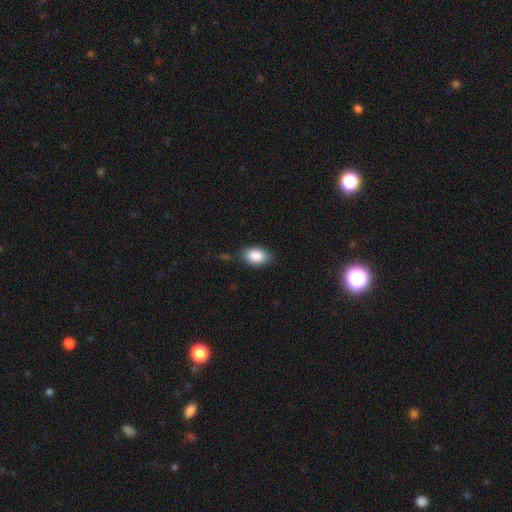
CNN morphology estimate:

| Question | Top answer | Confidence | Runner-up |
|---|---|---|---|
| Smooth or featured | smooth | 87% | star or artifact (7%) |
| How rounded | in between | 89% | round (9%) |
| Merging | none | 79% | minor disturbance (15%) |